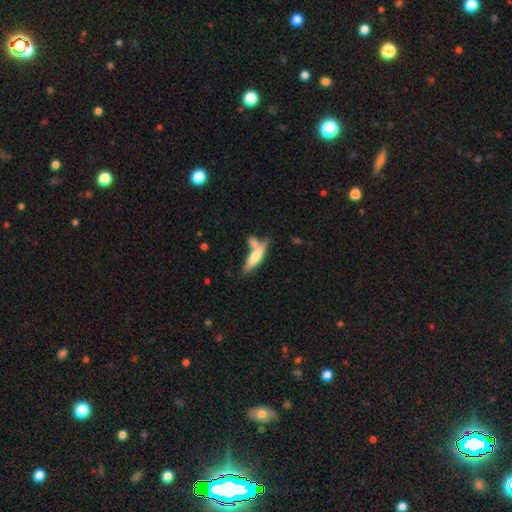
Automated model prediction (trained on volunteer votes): Smooth or featured? smooth (61%)
How rounded? cigar-shaped (65%)
Merging? none (46%)